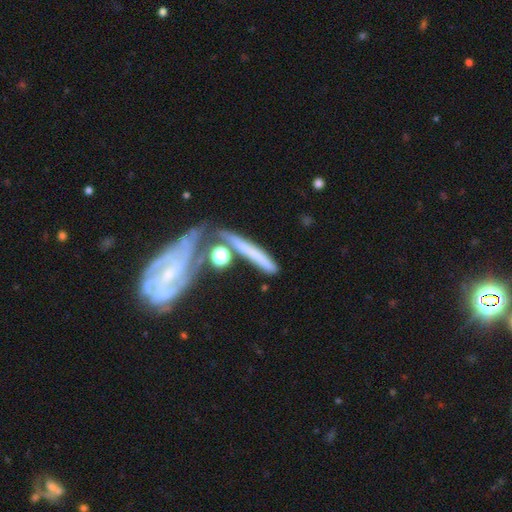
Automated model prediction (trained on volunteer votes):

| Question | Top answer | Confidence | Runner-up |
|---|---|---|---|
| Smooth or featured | featured or disk | 59% | smooth (32%) |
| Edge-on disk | yes | 50% | tied: no (50%) |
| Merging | none | 47% | merger (28%) |